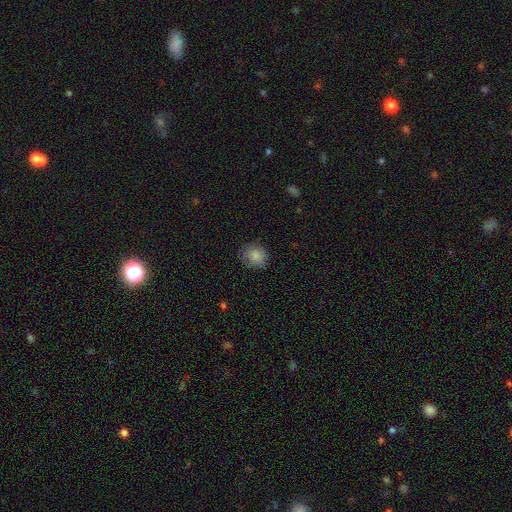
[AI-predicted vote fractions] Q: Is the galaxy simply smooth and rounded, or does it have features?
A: smooth — 86%.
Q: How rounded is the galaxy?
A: round — 74%.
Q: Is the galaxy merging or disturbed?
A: none — 79%.